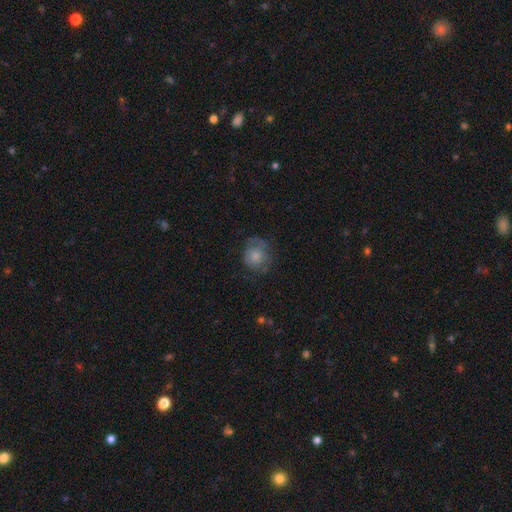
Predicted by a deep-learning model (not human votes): The model was most divided on "merging": none: 56%, minor disturbance: 26%, major disturbance: 16%, merger: 2%. More confident: how rounded — round (77%); smooth or featured — smooth (71%).